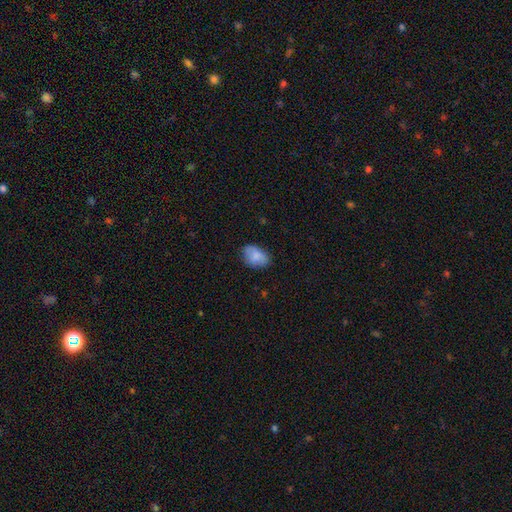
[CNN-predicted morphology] smooth-or-featured: smooth: 82% | featured or disk: 11% | star or artifact: 7%
  how-rounded: in between: 85% | round: 14% | cigar-shaped: 1%
  merging: none: 73% | minor disturbance: 22% | major disturbance: 4% | merger: 1%